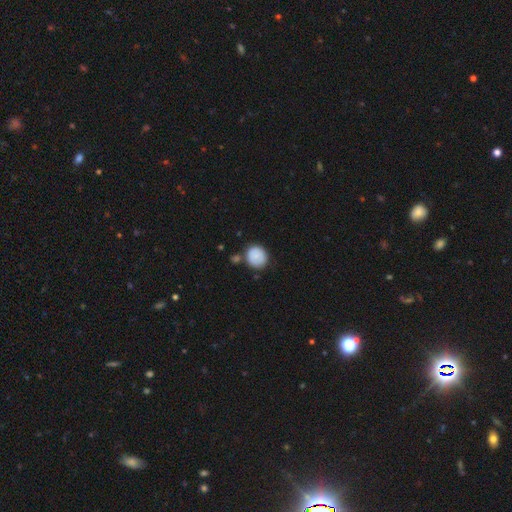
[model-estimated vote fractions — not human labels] This appears to be a smooth galaxy with no disk features (83%) that is round (84%). Merging: none (72%).